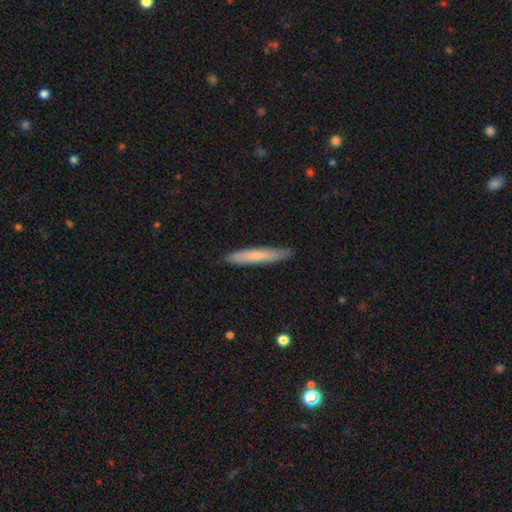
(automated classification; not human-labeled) Morphology: type=smooth (69%); roundness=cigar-shaped (94%); merging=none (89%).